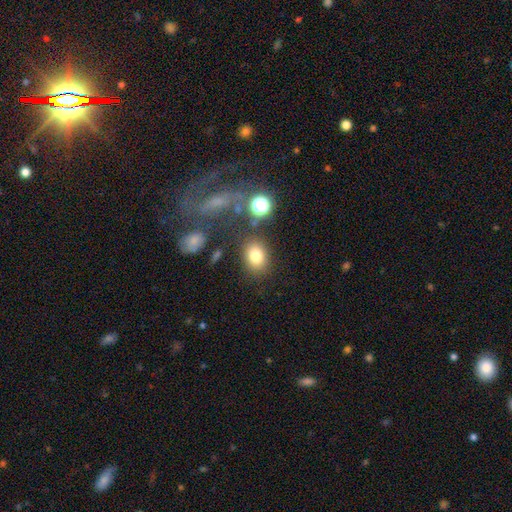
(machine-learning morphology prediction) The model was most divided on "how rounded": in between: 60%, round: 39%, cigar-shaped: 1%. More confident: merging — none (79%); smooth or featured — smooth (78%).